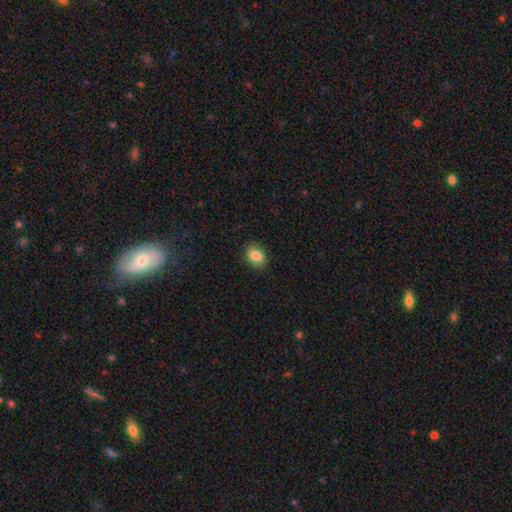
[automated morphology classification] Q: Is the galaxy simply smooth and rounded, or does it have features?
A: smooth — 84%.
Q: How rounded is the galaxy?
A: in between — 64%.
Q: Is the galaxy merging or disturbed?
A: none — 87%.